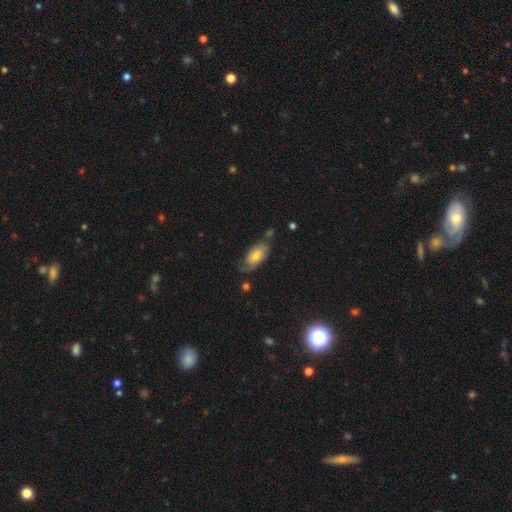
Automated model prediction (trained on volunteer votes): The model was most divided on "smooth or featured": smooth: 59%, featured or disk: 34%, star or artifact: 7%. More confident: how rounded — in between (91%); merging — none (57%).